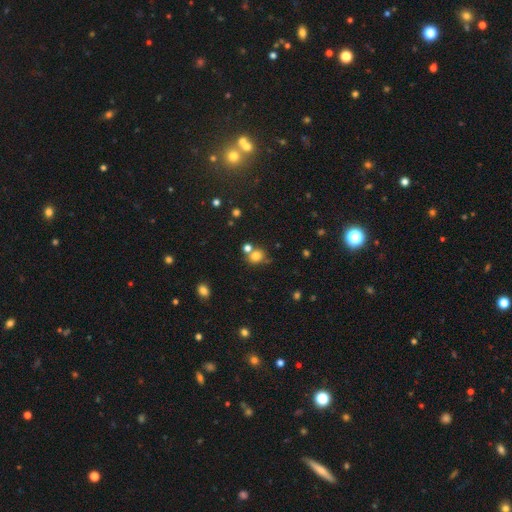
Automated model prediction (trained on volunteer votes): The model was most divided on "merging": none: 53%, merger: 29%, minor disturbance: 13%, major disturbance: 5%. More confident: smooth or featured — smooth (76%); how rounded — round (75%).